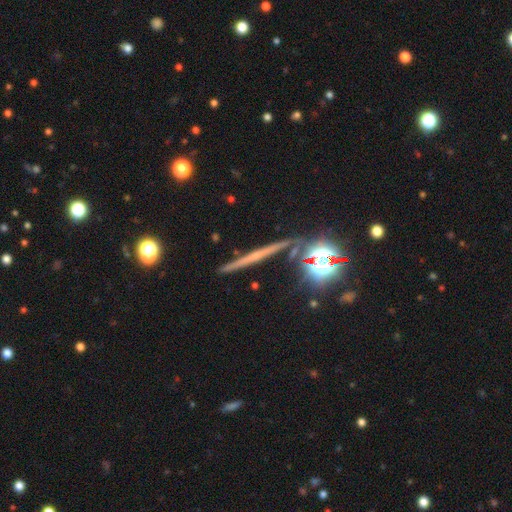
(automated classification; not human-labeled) smooth-or-featured: featured or disk: 57% | smooth: 27% | star or artifact: 17%
  disk-edge-on: yes: 95% | no: 5%
    edge-on-bulge: none: 68% | rounded: 23% | boxy: 9%
  merging: none: 86% | minor disturbance: 9% | merger: 3% | major disturbance: 2%